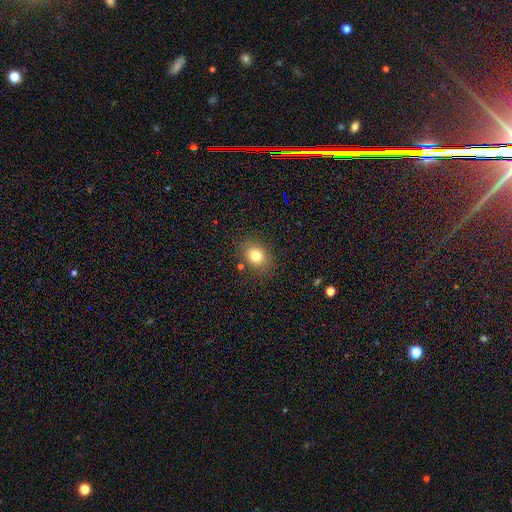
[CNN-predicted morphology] type=smooth (79%); roundness=in between (53%); merging=none (82%).